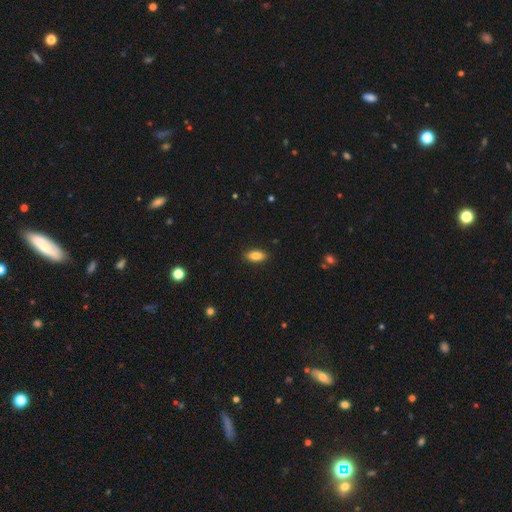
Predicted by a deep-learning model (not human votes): Q: Smooth or featured?
A: smooth (86%); runner-up: star or artifact (8%)
Q: How rounded?
A: in between (88%); runner-up: cigar-shaped (9%)
Q: Merging?
A: none (88%); runner-up: minor disturbance (9%)